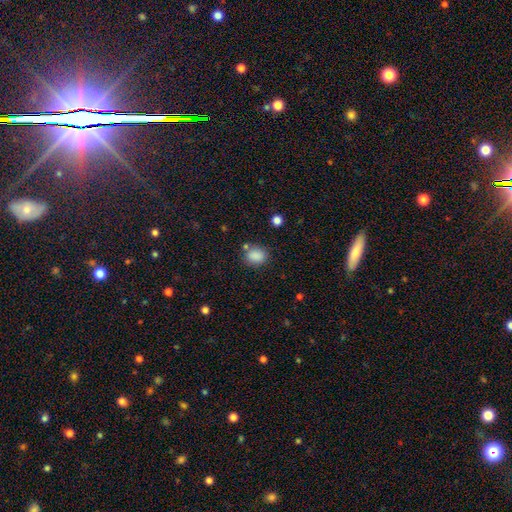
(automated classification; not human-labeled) Smooth or featured? smooth (85%)
How rounded? round (55%)
Merging? none (73%)